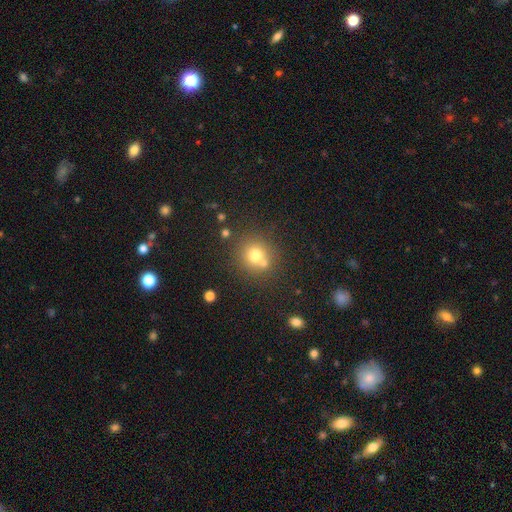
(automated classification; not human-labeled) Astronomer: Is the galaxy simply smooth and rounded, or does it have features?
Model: smooth — 73%.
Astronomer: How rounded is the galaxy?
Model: round — 89%.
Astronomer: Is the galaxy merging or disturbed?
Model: none — 63%.